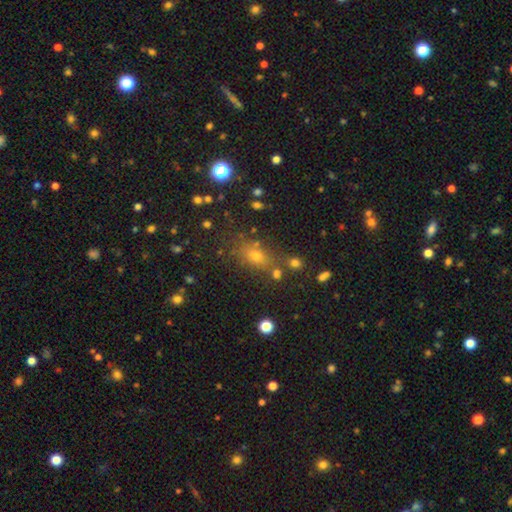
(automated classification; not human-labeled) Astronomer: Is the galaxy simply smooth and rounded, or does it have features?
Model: smooth — 62%.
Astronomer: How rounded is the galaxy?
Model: in between — 61%.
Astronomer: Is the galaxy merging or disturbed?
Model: none — 70%.